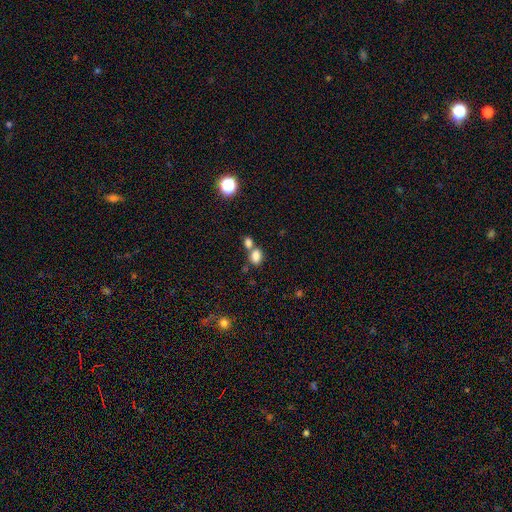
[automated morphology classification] smooth_or_featured: smooth (p=0.81) [alt: star or artifact p=0.11]
how_rounded: in between (p=0.73) [alt: round p=0.26]
merging: merger (p=0.48) [alt: none p=0.39]